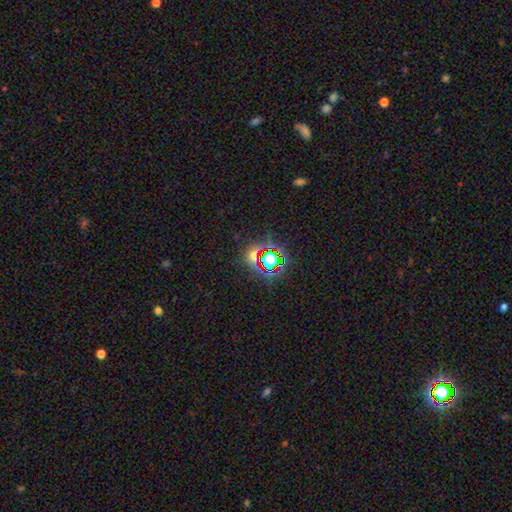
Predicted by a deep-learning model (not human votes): Smooth or featured? star or artifact (67%)